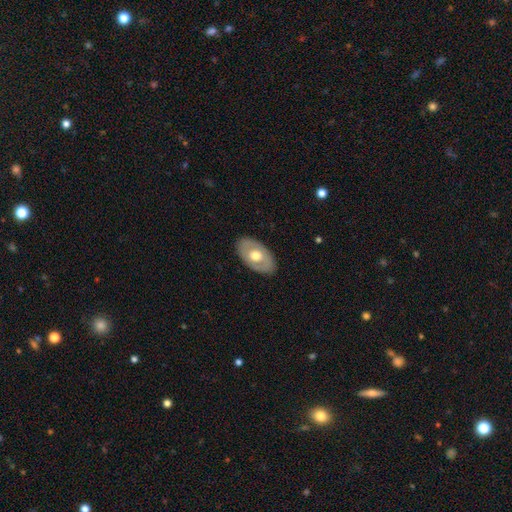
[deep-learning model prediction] This is possibly a smooth galaxy (48%). Merging: clearly none (85%).